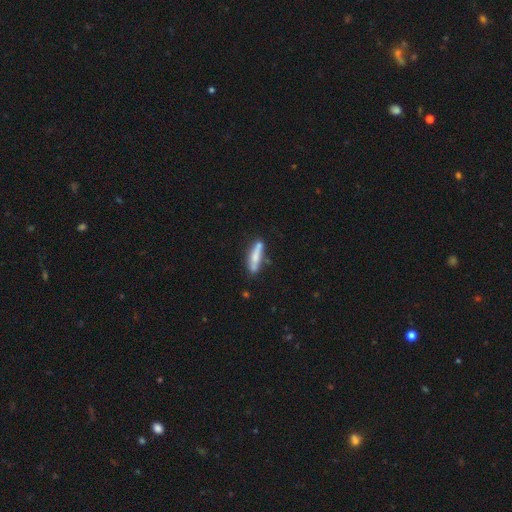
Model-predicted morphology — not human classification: This appears to be a smooth galaxy with no disk features (63%) that is cigar-shaped (80%). Merging: none (65%).